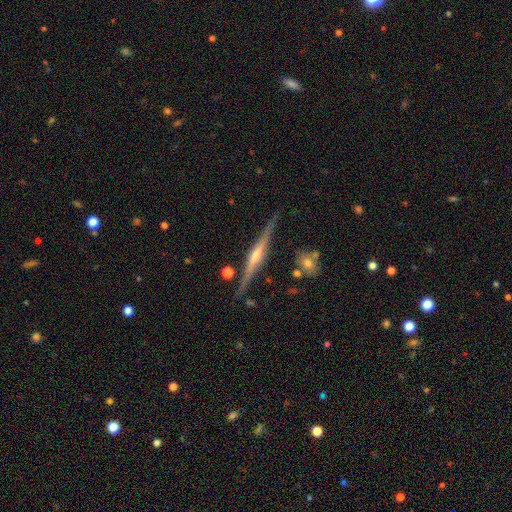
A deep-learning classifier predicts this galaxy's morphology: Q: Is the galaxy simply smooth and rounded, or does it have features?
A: featured or disk — 83%.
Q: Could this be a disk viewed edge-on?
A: yes — 98%.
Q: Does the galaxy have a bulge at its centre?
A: rounded — 74%.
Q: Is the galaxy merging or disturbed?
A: none — 87%.